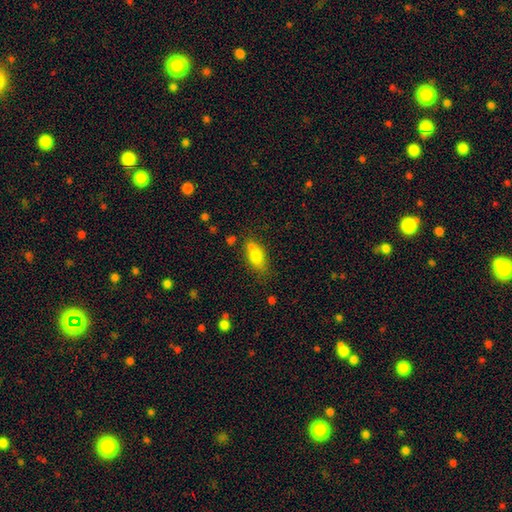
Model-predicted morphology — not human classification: Overall: smooth (76%). How rounded: in between (81%). Merging: none (58%; minor disturbance 19%).